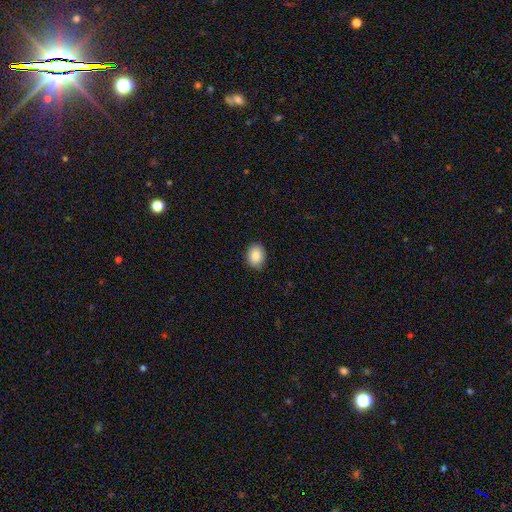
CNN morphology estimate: Smooth or featured?
  - smooth: 87% *
  - star or artifact: 8%
  - featured or disk: 5%
How rounded?
  - in between: 51% *
  - round: 48%
  - cigar-shaped: 1%
Merging?
  - none: 87% *
  - minor disturbance: 10%
  - major disturbance: 2%
  - merger: 1%